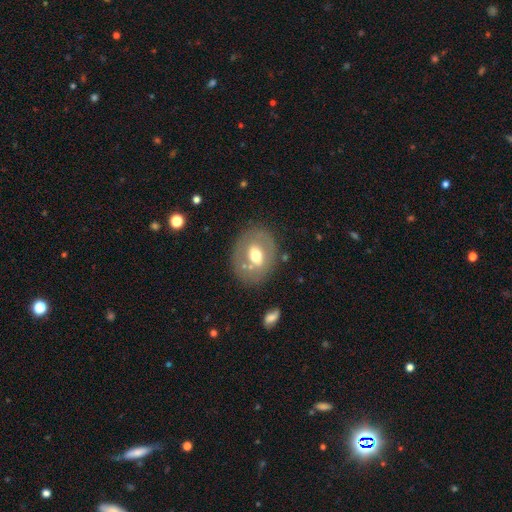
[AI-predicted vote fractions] Morphology: type=smooth (49%); merging=none (74%).